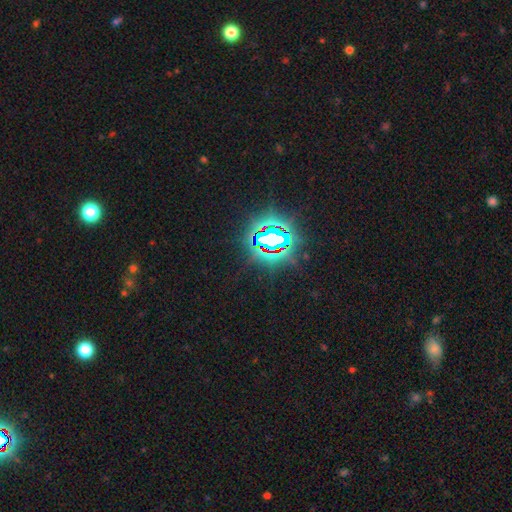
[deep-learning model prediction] smooth_or_featured: star or artifact (p=0.83) [alt: smooth p=0.11]